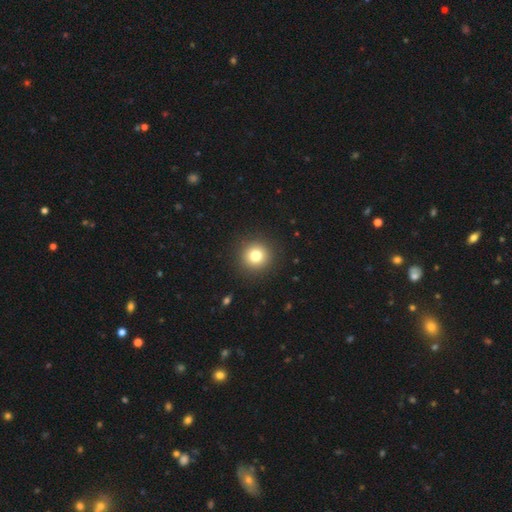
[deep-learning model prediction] This appears to be a smooth galaxy with no disk features (79%) that is round (95%). Merging: none (92%).